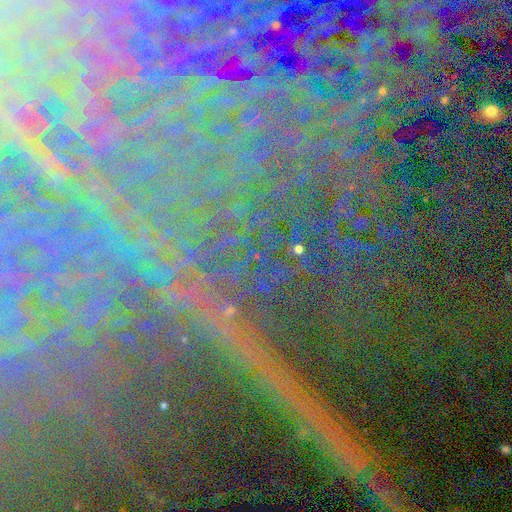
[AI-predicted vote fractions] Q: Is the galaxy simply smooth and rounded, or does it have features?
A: star or artifact — 83%.